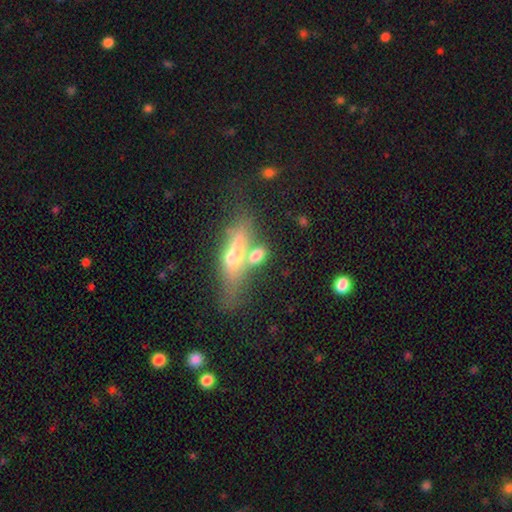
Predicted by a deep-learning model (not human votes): smooth_or_featured: smooth (p=0.51) [alt: featured or disk p=0.36]
how_rounded: in between (p=0.61) [alt: cigar-shaped p=0.31]
merging: merger (p=0.39) [alt: none p=0.34]